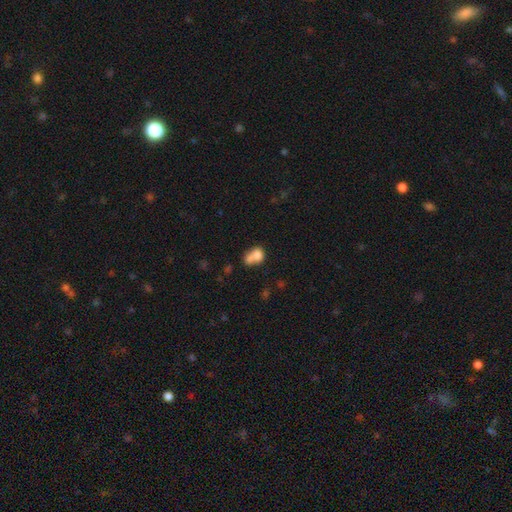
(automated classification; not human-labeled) Smooth or featured?
  - smooth: 73% *
  - featured or disk: 17%
  - star or artifact: 10%
How rounded?
  - in between: 51% *
  - round: 48%
  - cigar-shaped: 1%
Merging?
  - merger: 62% *
  - none: 22%
  - minor disturbance: 9%
  - major disturbance: 6%